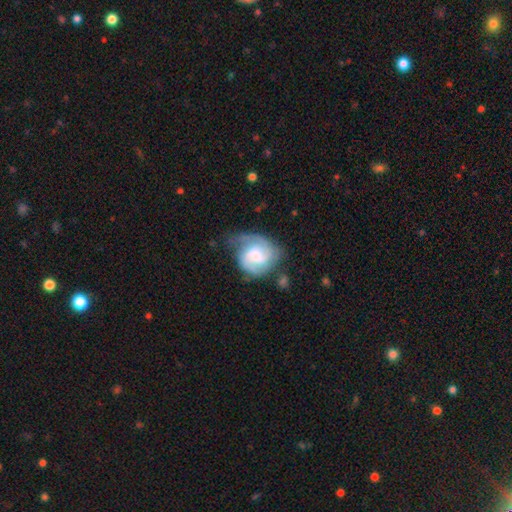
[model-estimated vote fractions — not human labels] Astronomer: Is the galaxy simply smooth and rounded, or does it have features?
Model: featured or disk — 70%.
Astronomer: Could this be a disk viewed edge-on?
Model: no — 98%.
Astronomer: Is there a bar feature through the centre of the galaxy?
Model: weak — 48% (runner-up: no, 42%).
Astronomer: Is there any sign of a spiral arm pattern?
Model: yes — 93%.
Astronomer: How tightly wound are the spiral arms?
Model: medium — 48% (runner-up: tight, 35%).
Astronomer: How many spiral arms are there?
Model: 2 — 66%.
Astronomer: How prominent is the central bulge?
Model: moderate — 40% (runner-up: small, 32%).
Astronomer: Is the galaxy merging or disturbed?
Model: none — 47% (runner-up: minor disturbance, 30%).